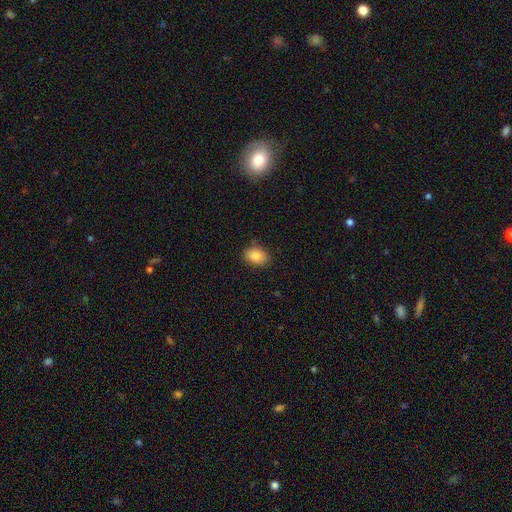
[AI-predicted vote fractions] A smooth galaxy with no disk features (86%) that is in between round and cigar-shaped (81%). Merging: none (84%).